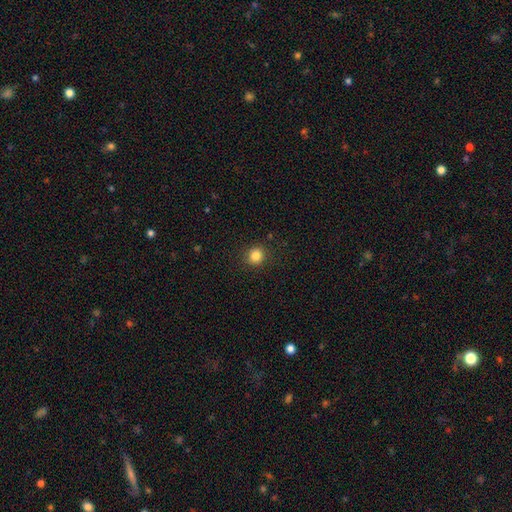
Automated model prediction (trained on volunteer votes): Q: Smooth or featured?
A: smooth (85%); runner-up: star or artifact (11%)
Q: How rounded?
A: round (88%); runner-up: in between (11%)
Q: Merging?
A: none (90%); runner-up: minor disturbance (7%)